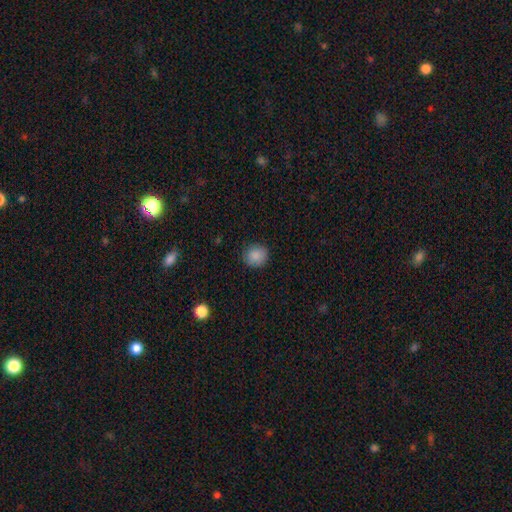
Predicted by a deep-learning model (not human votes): Q: Smooth or featured?
A: smooth (87%); runner-up: star or artifact (9%)
Q: How rounded?
A: round (84%); runner-up: in between (15%)
Q: Merging?
A: none (87%); runner-up: minor disturbance (9%)